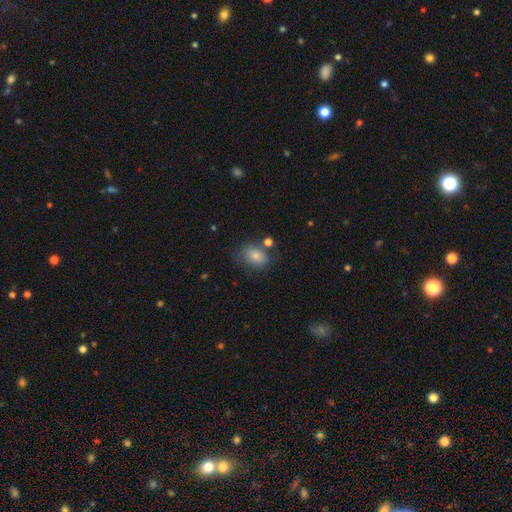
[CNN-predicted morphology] type=smooth (78%); roundness=in between (69%); merging=none (67%).